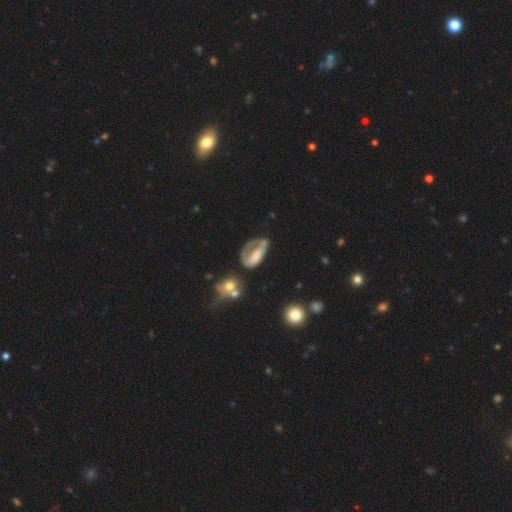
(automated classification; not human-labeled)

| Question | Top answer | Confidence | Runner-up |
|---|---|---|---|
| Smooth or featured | featured or disk | 53% | smooth (39%) |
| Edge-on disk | no | 94% | yes (6%) |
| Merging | major disturbance | 39% | none (28%) |